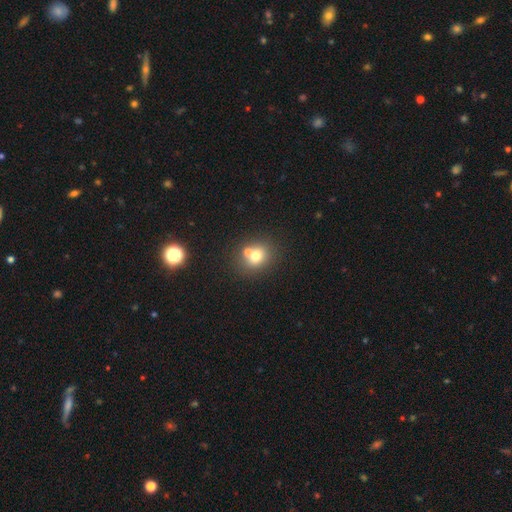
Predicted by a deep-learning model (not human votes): Q: Smooth or featured?
A: smooth (70%); runner-up: featured or disk (16%)
Q: How rounded?
A: round (71%); runner-up: in between (28%)
Q: Merging?
A: none (53%); runner-up: merger (35%)